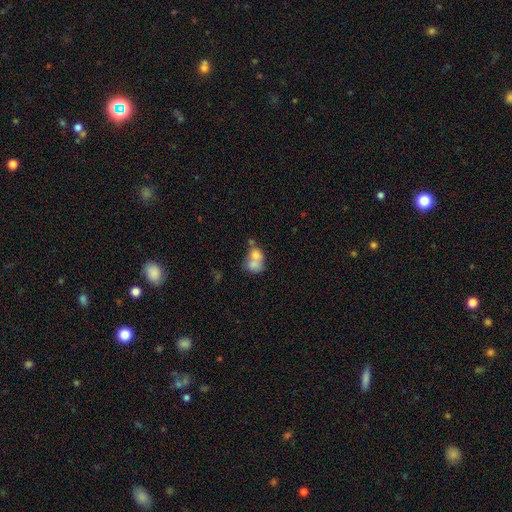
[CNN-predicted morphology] Overall: smooth (70%). How rounded: in between (52%; round 47%). Merging: merger (70%).